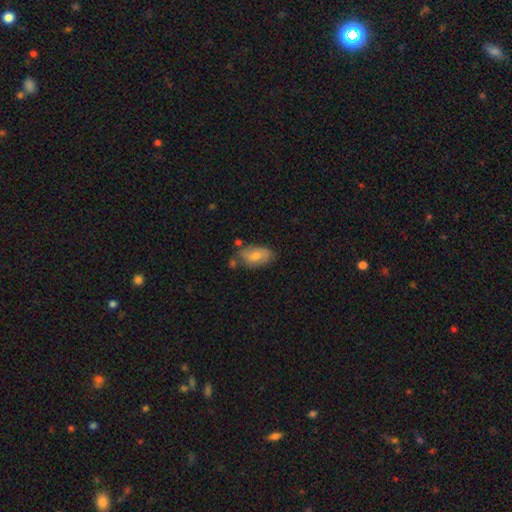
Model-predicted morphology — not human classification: A smooth galaxy with no disk features (59%) that is in between round and cigar-shaped (90%). Merging: none (63%).